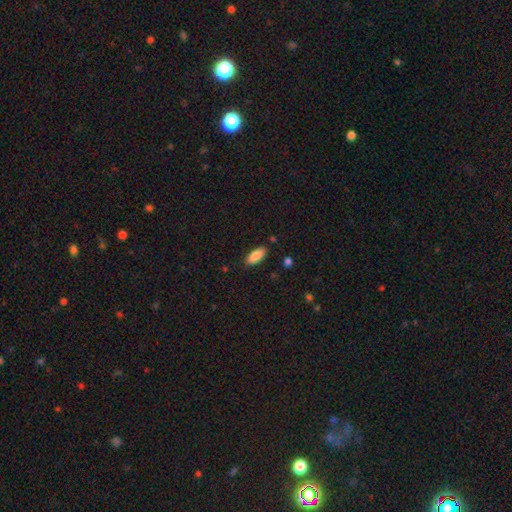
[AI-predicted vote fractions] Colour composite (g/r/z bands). It shows a smooth galaxy with no disk features (88%) that is in between round and cigar-shaped (84%). Merging: none (86%).